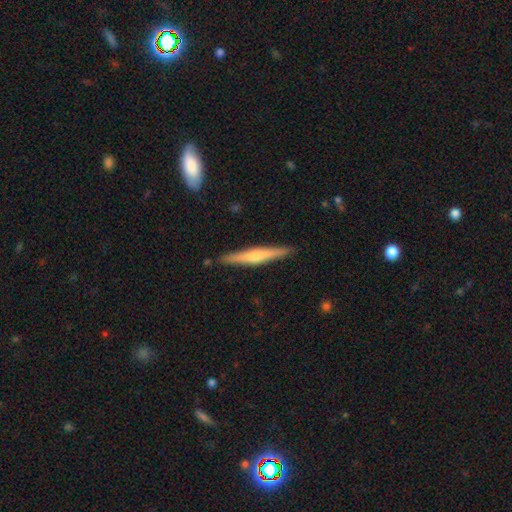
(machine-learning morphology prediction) Smooth or featured? featured or disk (54%)
Edge-on disk? yes (97%)
Edge-on bulge? rounded (64%)
Merging? none (90%)